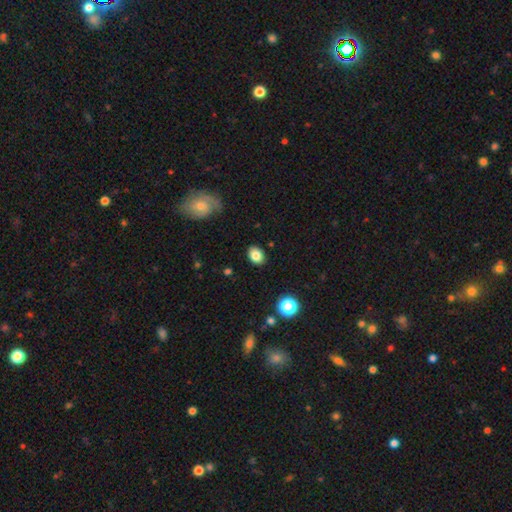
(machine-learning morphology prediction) The model was most divided on "how rounded": in between: 70%, round: 29%, cigar-shaped: 1%. More confident: merging — none (87%); smooth or featured — smooth (83%).